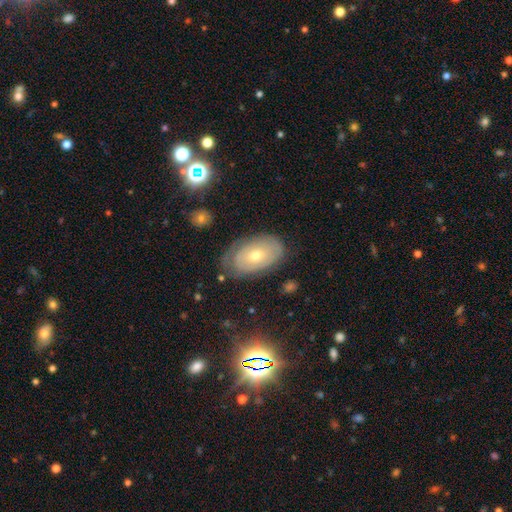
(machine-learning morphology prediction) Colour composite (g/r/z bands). It shows a featured or disk galaxy (56%) with no bar (82%), spiral arms (57%) and a moderate central bulge (56%). Merging: none (72%).